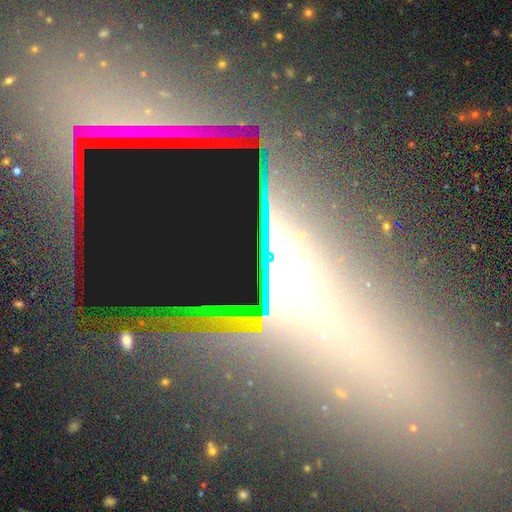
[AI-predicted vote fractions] Overall: featured or disk (48%; star or artifact 27%). Merging: none (40%; merger 25%).